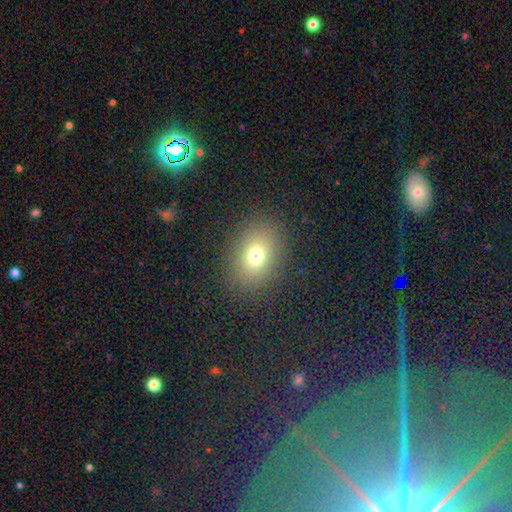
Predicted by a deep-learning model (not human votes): Smooth or featured?
  - smooth: 74% *
  - star or artifact: 15%
  - featured or disk: 11%
How rounded?
  - in between: 64% *
  - round: 35%
  - cigar-shaped: 1%
Merging?
  - none: 86% *
  - minor disturbance: 9%
  - major disturbance: 5%
  - merger: 1%